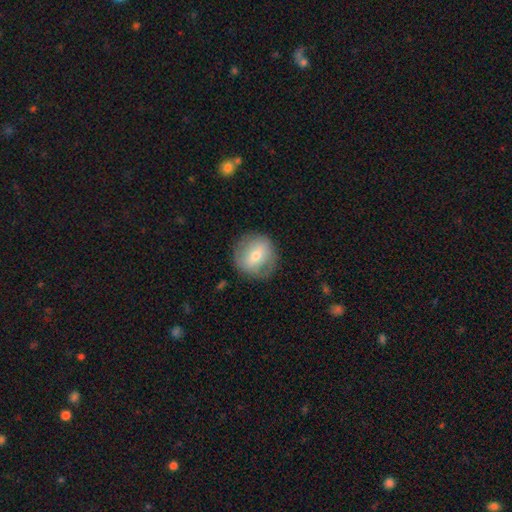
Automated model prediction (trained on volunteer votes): This appears to be a smooth galaxy with no disk features (61%) that is round (88%). Merging: none (80%).